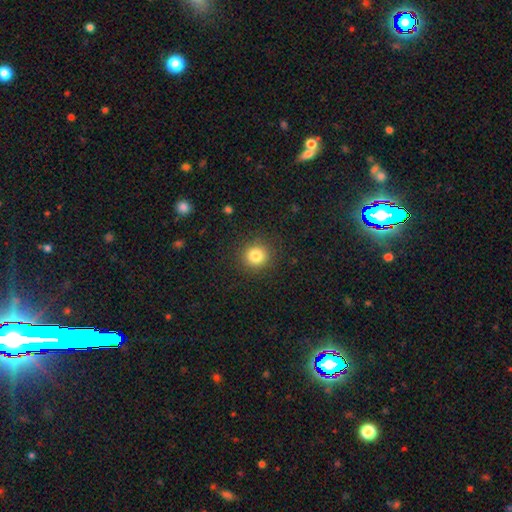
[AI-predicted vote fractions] Smooth or featured? Predicted: smooth (p=0.83). How rounded? Predicted: round (p=0.91). Merging? Predicted: none (p=0.90).